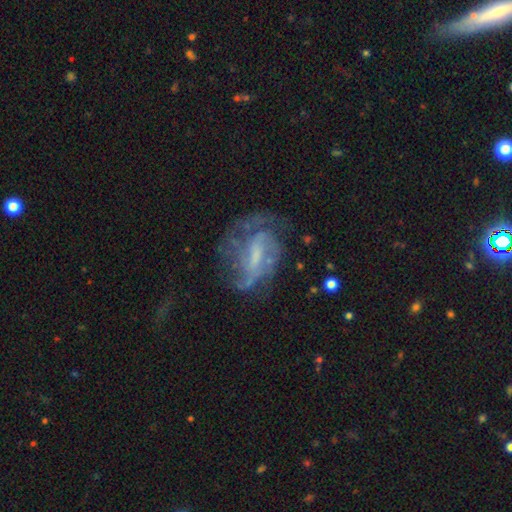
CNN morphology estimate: Smooth or featured? Predicted: featured or disk (p=0.78). Edge-on disk? Predicted: no (p=0.96). Bar? Predicted: weak (p=0.48). Spiral arms? Predicted: yes (p=0.86). Spiral winding? Predicted: medium (p=0.43). Spiral arm count? Predicted: can't tell (p=0.33). Bulge size? Predicted: small (p=0.35). Merging? Predicted: none (p=0.54).